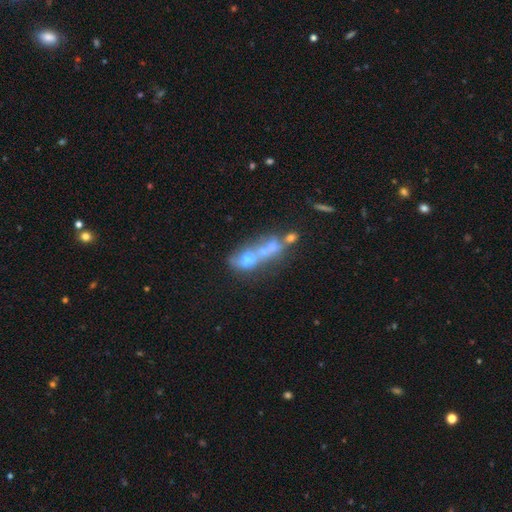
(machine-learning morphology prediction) A featured or disk galaxy (44%).

Vote fractions:
- Smooth or featured? featured or disk: 44% / smooth: 38% / star or artifact: 18%
- Merging? merger: 56% / none: 21% / major disturbance: 14% / minor disturbance: 9%